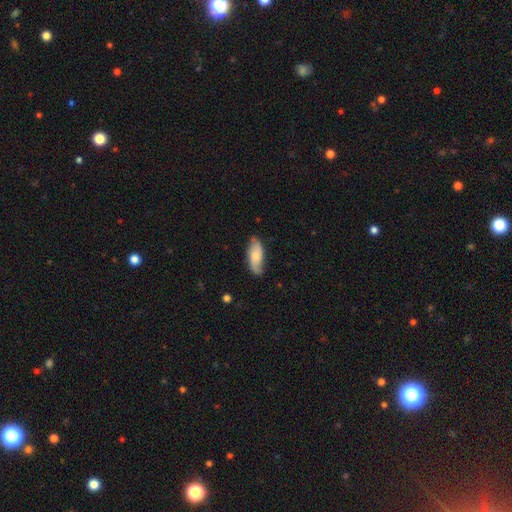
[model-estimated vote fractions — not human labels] smooth-or-featured: smooth: 51% | featured or disk: 43% | star or artifact: 6%
  how-rounded: in between: 80% | cigar-shaped: 18% | round: 2%
  merging: none: 75% | minor disturbance: 20% | major disturbance: 4% | merger: 1%